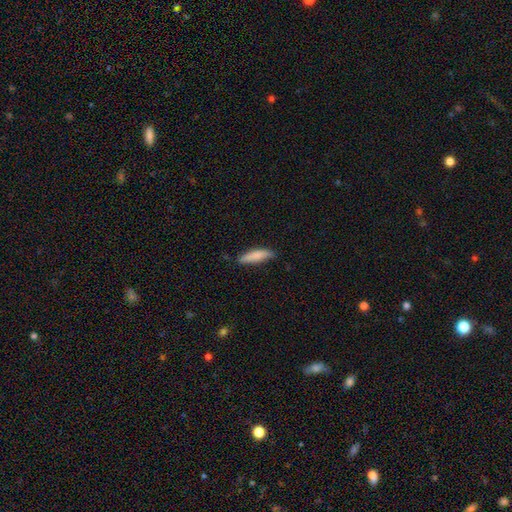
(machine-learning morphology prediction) Overall: smooth (82%). How rounded: cigar-shaped (69%; in between 29%). Merging: none (76%).